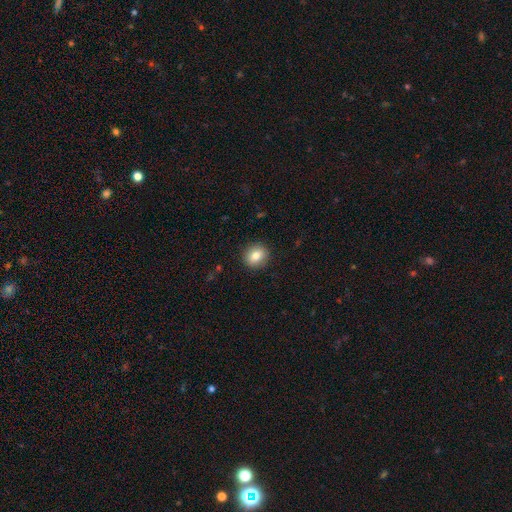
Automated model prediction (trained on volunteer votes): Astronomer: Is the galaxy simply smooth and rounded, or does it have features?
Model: smooth — 81%.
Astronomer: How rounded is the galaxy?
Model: round — 81%.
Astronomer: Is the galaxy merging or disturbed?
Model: none — 91%.